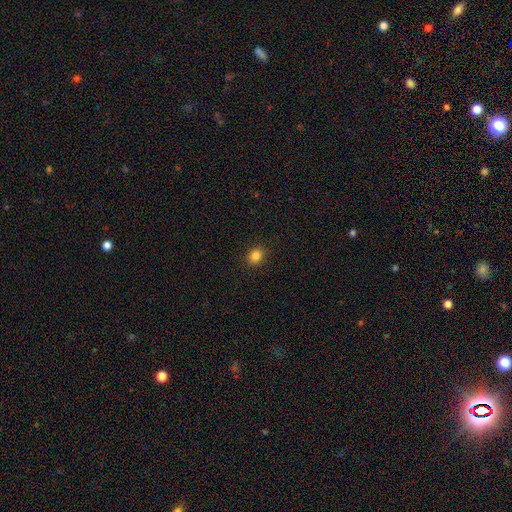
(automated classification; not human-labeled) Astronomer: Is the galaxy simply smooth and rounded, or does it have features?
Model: smooth — 84%.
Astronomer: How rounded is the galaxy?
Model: round — 67%.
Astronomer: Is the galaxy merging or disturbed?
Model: none — 91%.